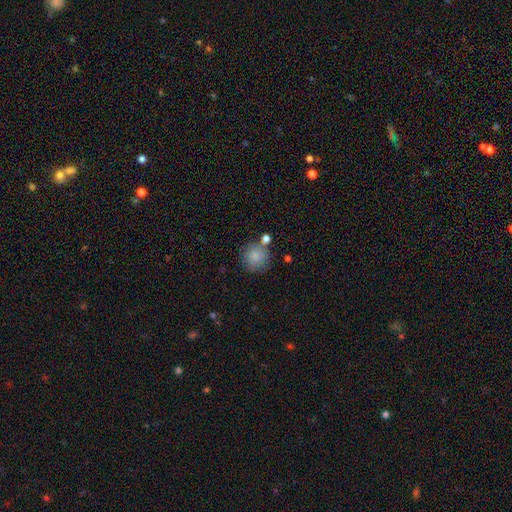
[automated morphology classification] smooth-or-featured: smooth: 84% | star or artifact: 8% | featured or disk: 8%
  how-rounded: round: 91% | in between: 8% | cigar-shaped: 1%
  merging: none: 68% | minor disturbance: 14% | merger: 13% | major disturbance: 5%